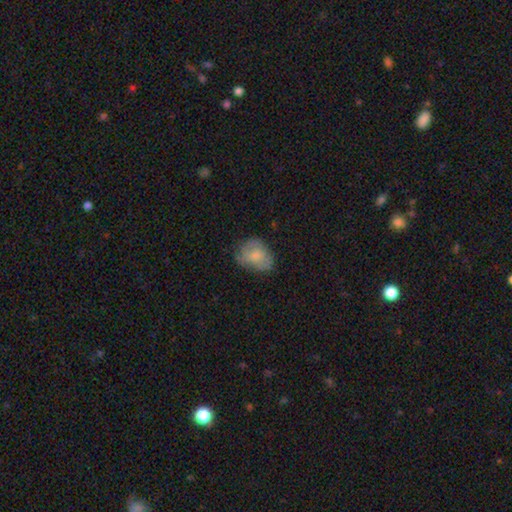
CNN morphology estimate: This is likely a smooth galaxy (65%). How rounded: possibly in between (57%). Merging: likely none (60%).